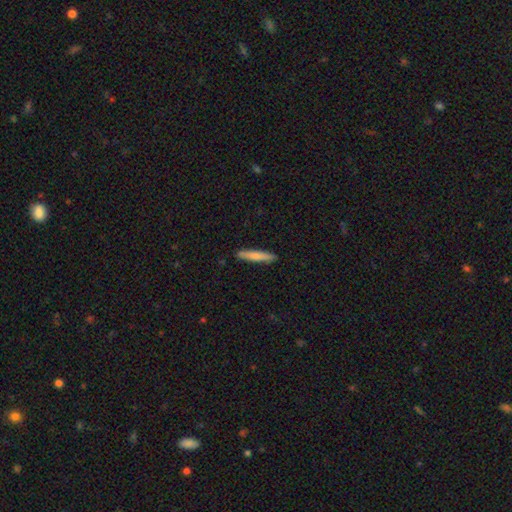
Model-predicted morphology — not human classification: Smooth or featured? smooth (76%)
How rounded? cigar-shaped (92%)
Merging? none (89%)